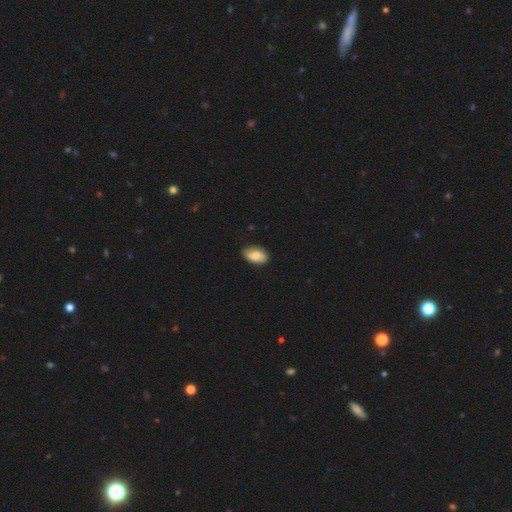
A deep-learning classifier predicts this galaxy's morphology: Smooth or featured: smooth — 80% (featured or disk — 13%)
How rounded: in between — 92% (round — 6%)
Merging: none — 79% (minor disturbance — 17%)